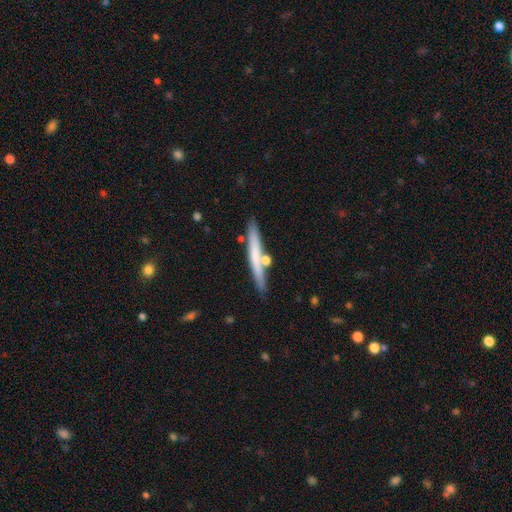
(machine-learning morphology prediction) Smooth or featured? Predicted: smooth (p=0.54). How rounded? Predicted: cigar-shaped (p=0.95). Merging? Predicted: none (p=0.78).